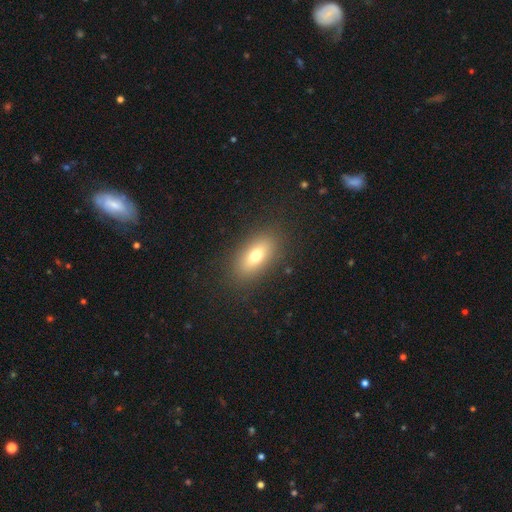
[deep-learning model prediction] Smooth or featured?
  - smooth: 73% *
  - featured or disk: 17%
  - star or artifact: 10%
How rounded?
  - in between: 85% *
  - cigar-shaped: 9%
  - round: 6%
Merging?
  - none: 87% *
  - minor disturbance: 9%
  - major disturbance: 3%
  - merger: 1%